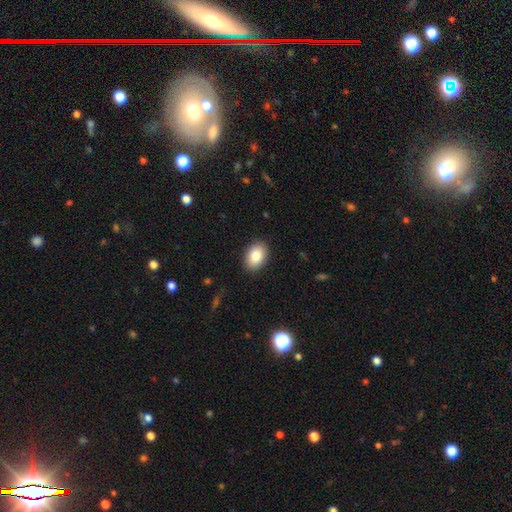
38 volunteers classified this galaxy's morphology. A smooth galaxy with no disk features (89%) that is in between round and cigar-shaped (91%). Merging: none (89%).